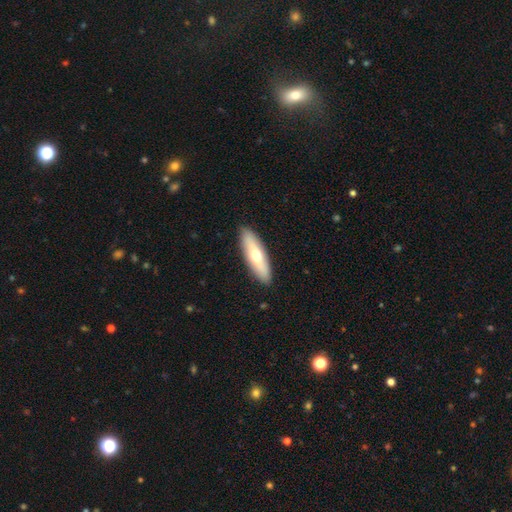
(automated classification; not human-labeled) Smooth or featured: smooth — 56% (featured or disk — 38%)
How rounded: cigar-shaped — 56% (in between — 42%)
Merging: none — 90% (minor disturbance — 8%)